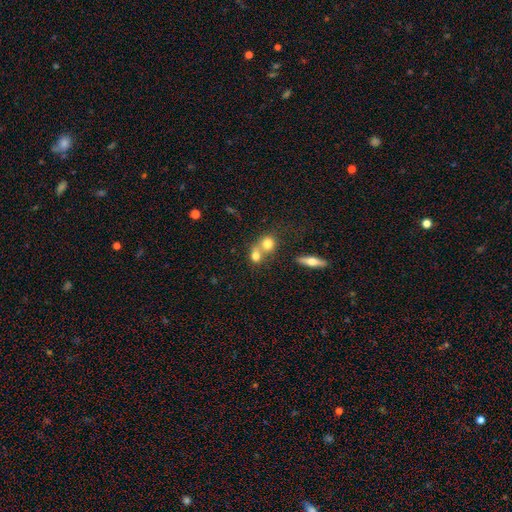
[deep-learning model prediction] Smooth or featured: smooth — 73% (featured or disk — 16%)
How rounded: round — 73% (in between — 25%)
Merging: merger — 60% (none — 31%)